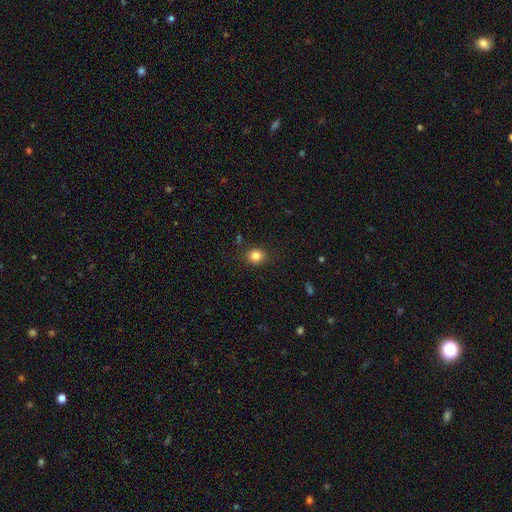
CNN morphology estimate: A smooth galaxy with no disk features (84%) that is round (78%). Merging: none (86%).